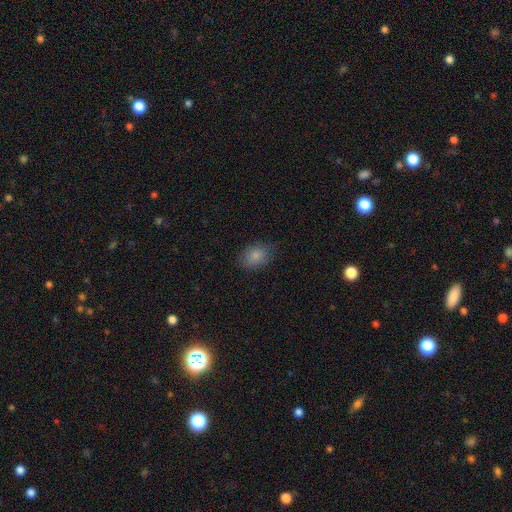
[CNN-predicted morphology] Overall: smooth (85%). How rounded: in between (74%). Merging: none (77%).